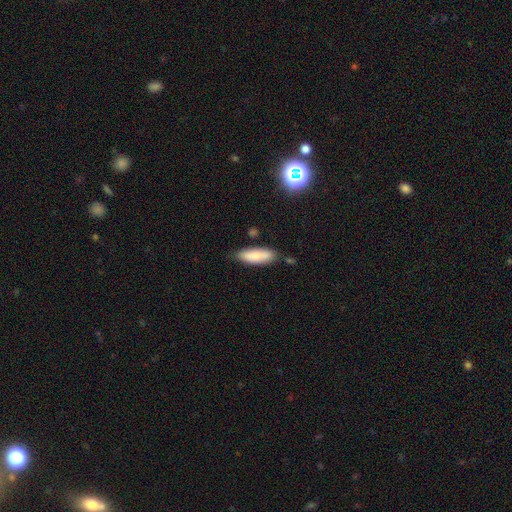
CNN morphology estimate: Smooth or featured: smooth — 83% (featured or disk — 10%)
How rounded: in between — 60% (cigar-shaped — 38%)
Merging: none — 74% (minor disturbance — 18%)